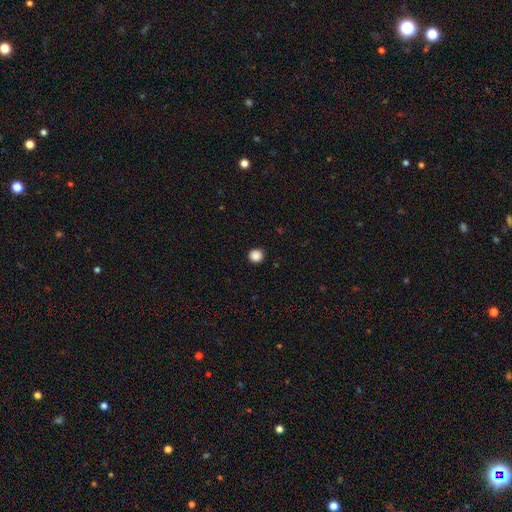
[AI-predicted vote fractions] This appears to be a smooth galaxy with no disk features (88%) that is round (95%). Merging: none (93%).